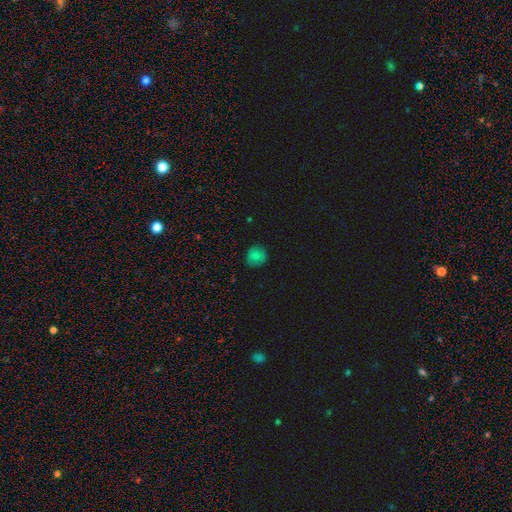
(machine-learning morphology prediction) smooth-or-featured: smooth: 80% | star or artifact: 13% | featured or disk: 6%
  how-rounded: round: 88% | in between: 11% | cigar-shaped: 1%
  merging: none: 86% | minor disturbance: 11% | major disturbance: 2% | merger: 1%